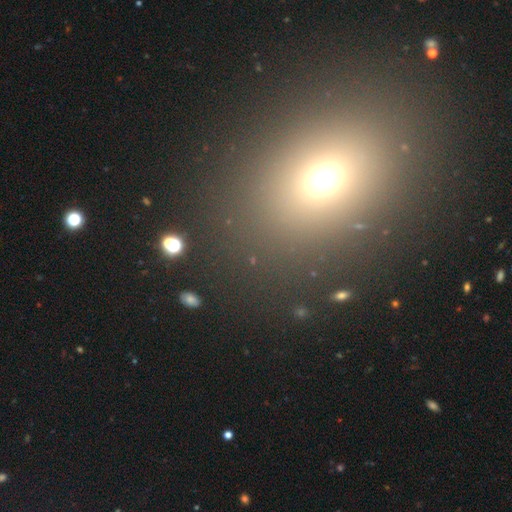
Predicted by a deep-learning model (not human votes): A smooth galaxy with no disk features (57%) that is round (53%).

Vote fractions:
- Smooth or featured? smooth: 57% / star or artifact: 34% / featured or disk: 10%
- How rounded? round: 53% / in between: 45% / cigar-shaped: 2%
- Merging? none: 86% / minor disturbance: 7% / major disturbance: 4% / merger: 3%